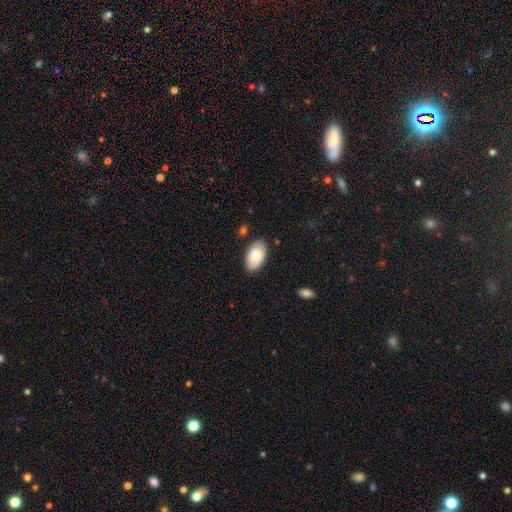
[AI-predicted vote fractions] smooth 85%, featured or disk 9%, star or artifact 6%. Down the decision tree: how rounded — in between (95%); merging — none (82%).